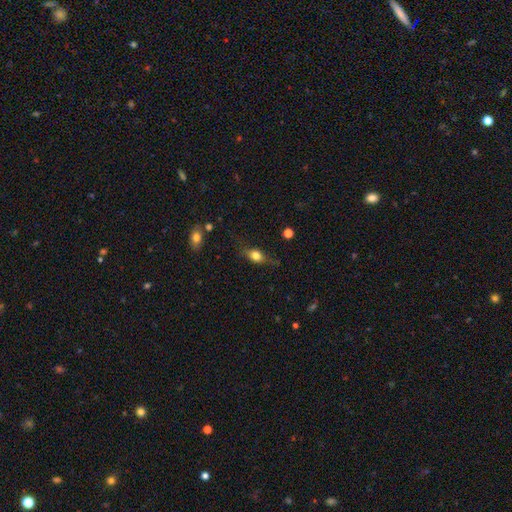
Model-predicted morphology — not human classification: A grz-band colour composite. It shows a smooth galaxy with no disk features (67%) that is in between round and cigar-shaped (65%). Merging: none (66%).